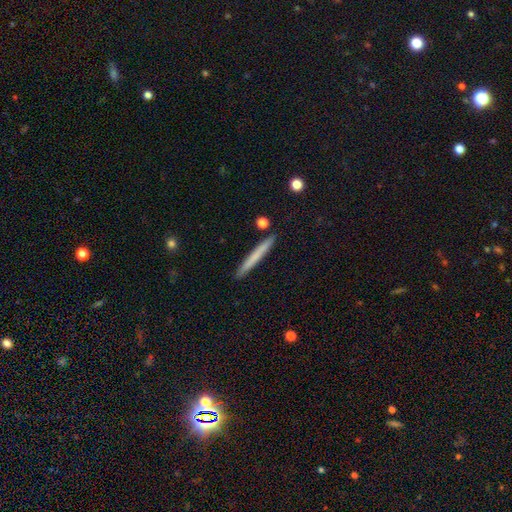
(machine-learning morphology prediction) This is likely a smooth galaxy (66%). How rounded: clearly cigar-shaped (97%). Merging: clearly none (91%).